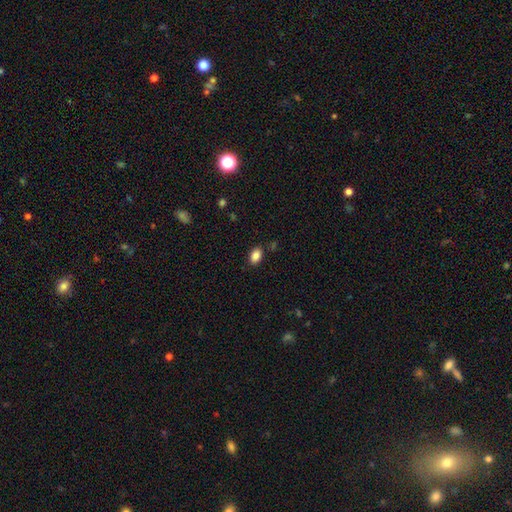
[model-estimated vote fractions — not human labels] smooth 86%, star or artifact 9%, featured or disk 5%. Down the decision tree: how rounded — in between (87%); merging — none (85%).